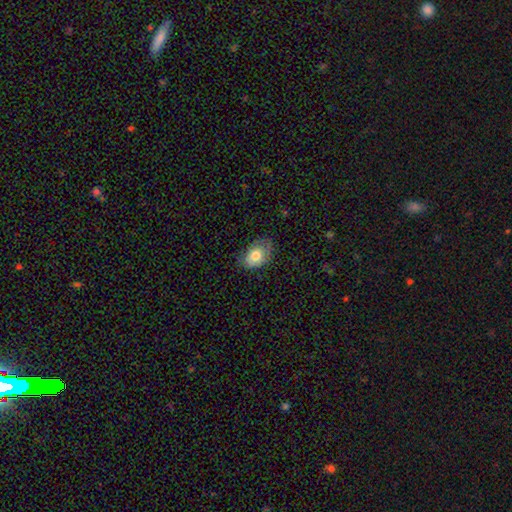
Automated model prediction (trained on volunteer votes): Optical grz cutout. It shows a smooth galaxy with no disk features (76%) that is in between round and cigar-shaped (87%). Merging: none (63%).